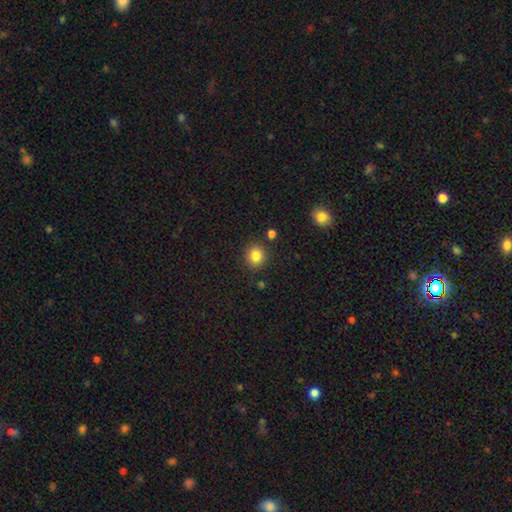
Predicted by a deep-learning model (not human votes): A smooth galaxy with no disk features (85%) that is round (81%). Merging: none (87%).